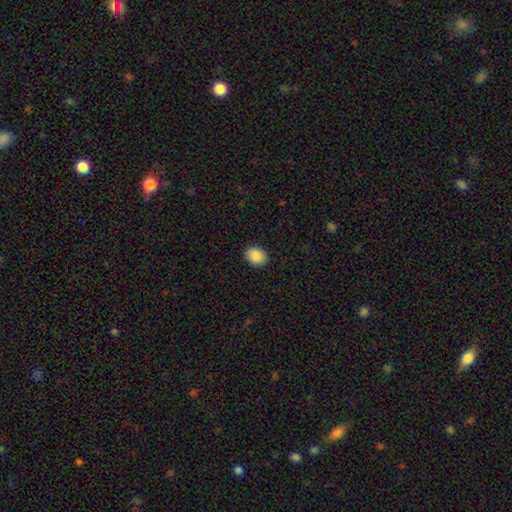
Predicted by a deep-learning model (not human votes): A smooth galaxy with no disk features (88%) that is in between round and cigar-shaped (63%).

Vote fractions:
- Smooth or featured? smooth: 88% / star or artifact: 7% / featured or disk: 4%
- How rounded? in between: 63% / round: 36% / cigar-shaped: 1%
- Merging? none: 90% / minor disturbance: 7% / major disturbance: 2% / merger: 1%